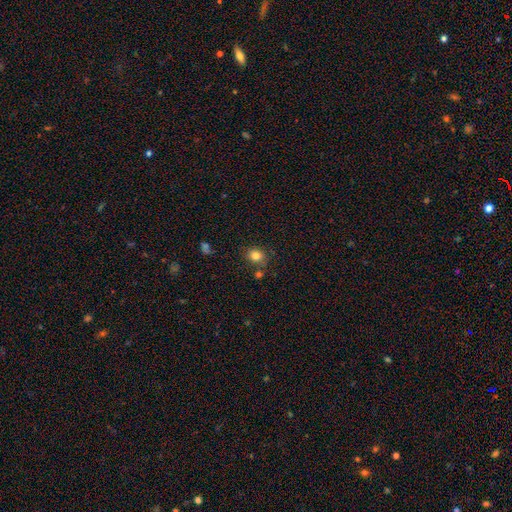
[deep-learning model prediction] smooth_or_featured: smooth (p=0.82) [alt: star or artifact p=0.11]
how_rounded: round (p=0.66) [alt: in between p=0.34]
merging: none (p=0.76) [alt: minor disturbance p=0.13]